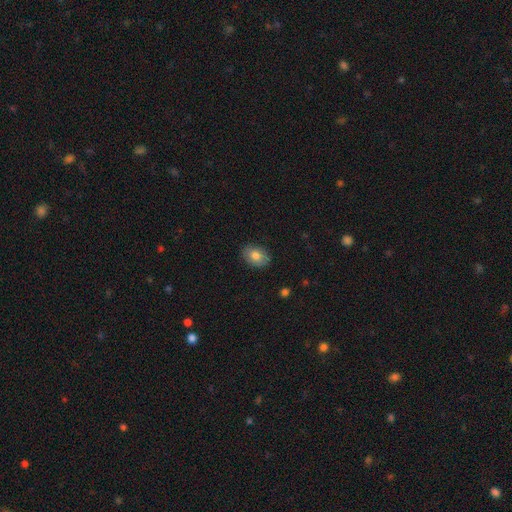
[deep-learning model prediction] Smooth or featured: smooth — 81% (featured or disk — 12%)
How rounded: in between — 79% (round — 20%)
Merging: none — 86% (minor disturbance — 11%)